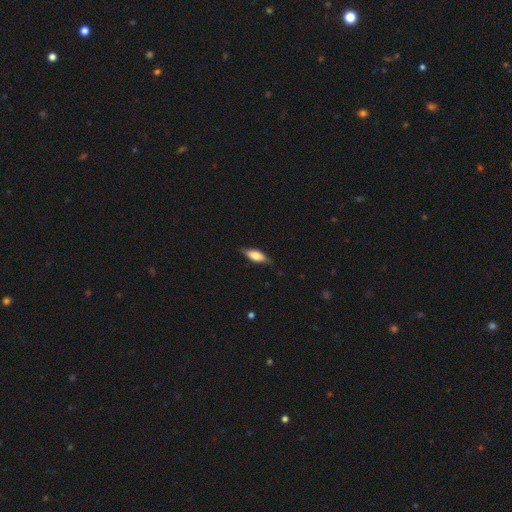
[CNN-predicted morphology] This is likely a smooth galaxy (65%). How rounded: likely in between (68%). Merging: likely none (78%).